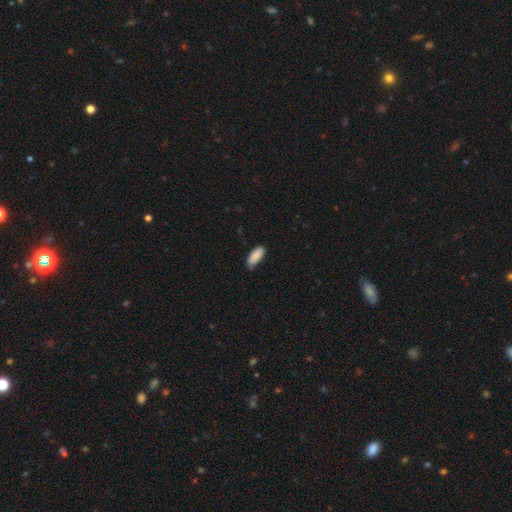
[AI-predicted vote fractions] Smooth or featured? Predicted: smooth (p=0.88). How rounded? Predicted: in between (p=0.82). Merging? Predicted: none (p=0.74).